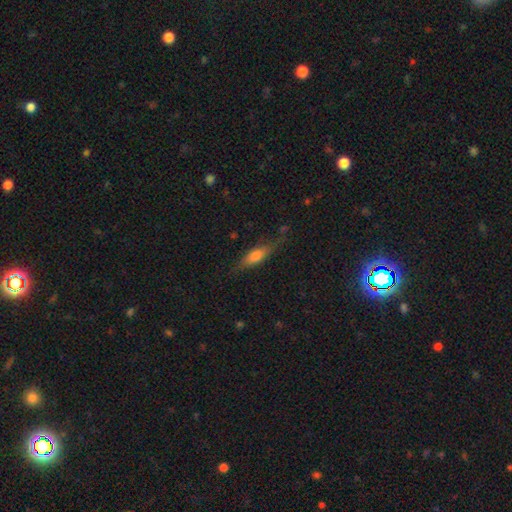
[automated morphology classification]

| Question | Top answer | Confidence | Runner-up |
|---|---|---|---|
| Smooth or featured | smooth | 60% | featured or disk (33%) |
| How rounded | in between | 51% | cigar-shaped (45%) |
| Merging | none | 69% | minor disturbance (22%) |